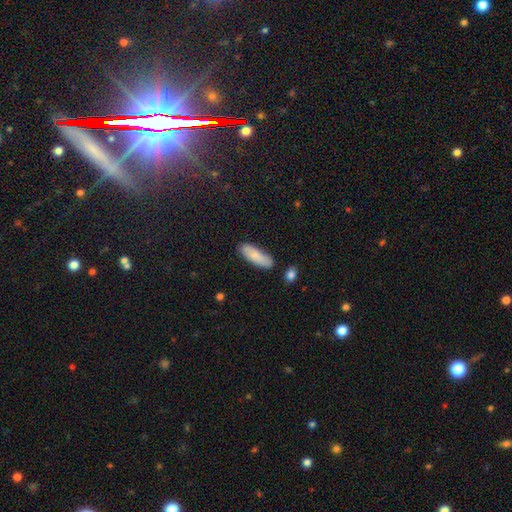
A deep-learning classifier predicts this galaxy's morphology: smooth-or-featured: smooth: 81% | featured or disk: 13% | star or artifact: 6%
  how-rounded: in between: 56% | cigar-shaped: 42% | round: 2%
  merging: none: 80% | minor disturbance: 14% | merger: 3% | major disturbance: 3%